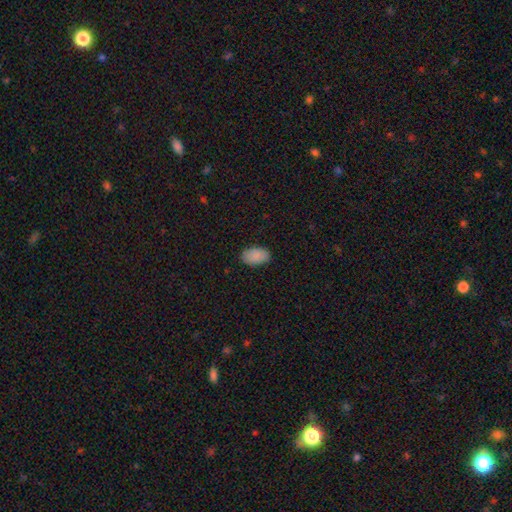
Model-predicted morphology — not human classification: Q: Smooth or featured?
A: smooth (89%); runner-up: star or artifact (7%)
Q: How rounded?
A: in between (93%); runner-up: round (6%)
Q: Merging?
A: none (87%); runner-up: minor disturbance (10%)